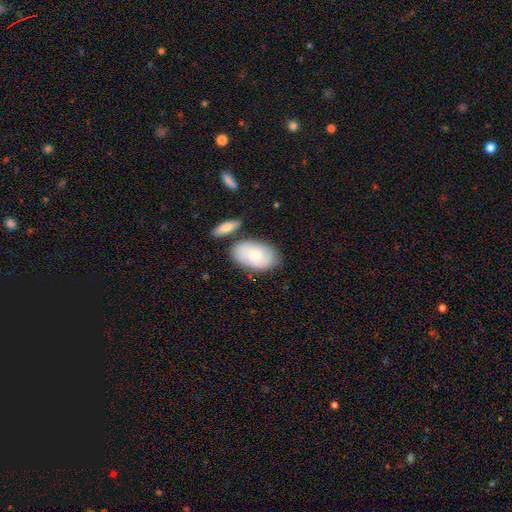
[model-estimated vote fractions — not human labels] smooth 70%, featured or disk 25%, star or artifact 5%. Down the decision tree: how rounded — in between (92%); merging — none (69%).